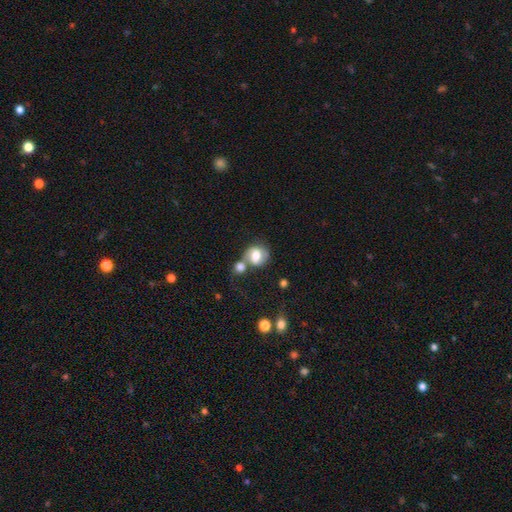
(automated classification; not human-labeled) A smooth galaxy with no disk features (57%) that is round (71%).

Vote fractions:
- Smooth or featured? smooth: 57% / featured or disk: 35% / star or artifact: 8%
- How rounded? round: 71% / in between: 28% / cigar-shaped: 1%
- Merging? merger: 40% / none: 39% / minor disturbance: 14% / major disturbance: 7%